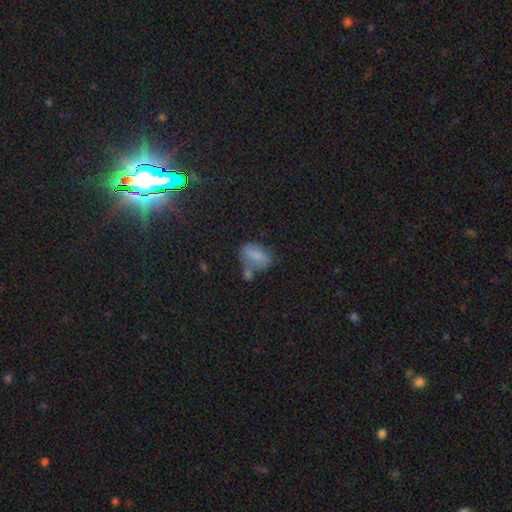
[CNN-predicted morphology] smooth_or_featured: smooth (p=0.75) [alt: featured or disk p=0.13]
how_rounded: in between (p=0.86) [alt: round p=0.11]
merging: none (p=0.40) [alt: merger p=0.26]